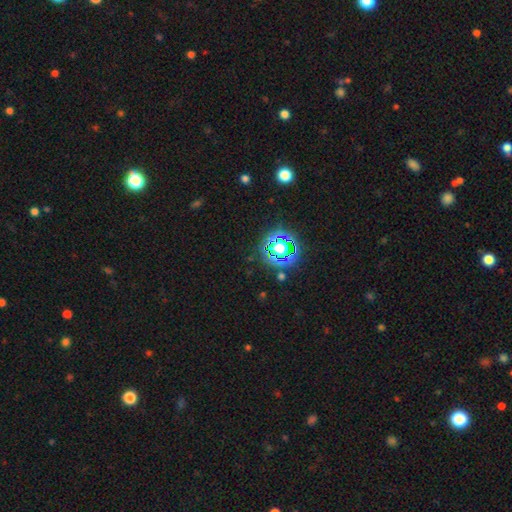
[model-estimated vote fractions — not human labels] Q: Smooth or featured?
A: star or artifact (77%); runner-up: smooth (15%)